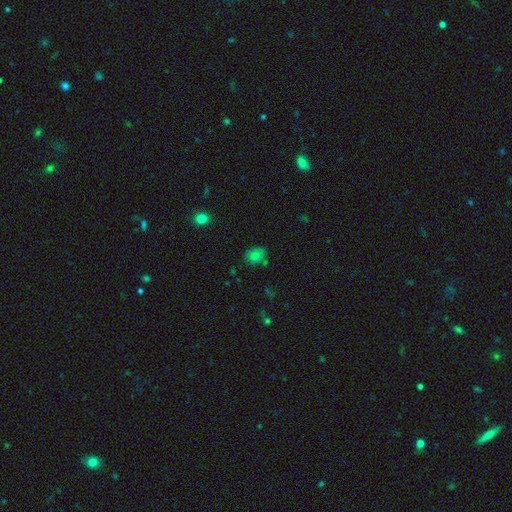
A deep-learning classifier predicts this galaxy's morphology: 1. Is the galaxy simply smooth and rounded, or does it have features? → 76% smooth, 14% star or artifact, 10% featured or disk.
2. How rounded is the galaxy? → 54% in between, 45% round, 1% cigar-shaped.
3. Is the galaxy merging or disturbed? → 75% none, 16% minor disturbance, 6% merger, 3% major disturbance.